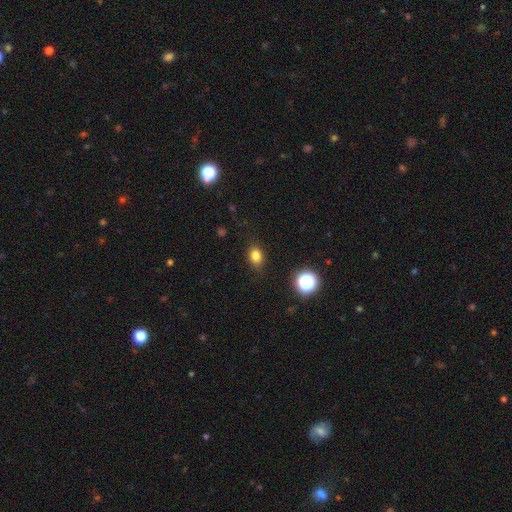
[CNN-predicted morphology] Smooth or featured: smooth — 81% (star or artifact — 13%)
How rounded: in between — 65% (round — 33%)
Merging: none — 84% (minor disturbance — 11%)